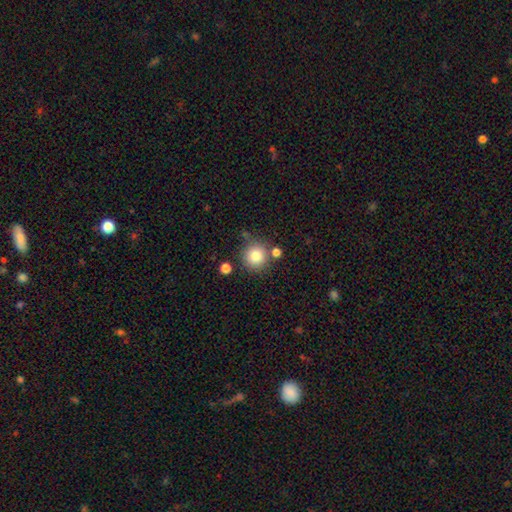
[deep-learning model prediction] Smooth or featured? Predicted: smooth (p=0.81). How rounded? Predicted: round (p=0.94). Merging? Predicted: none (p=0.76).